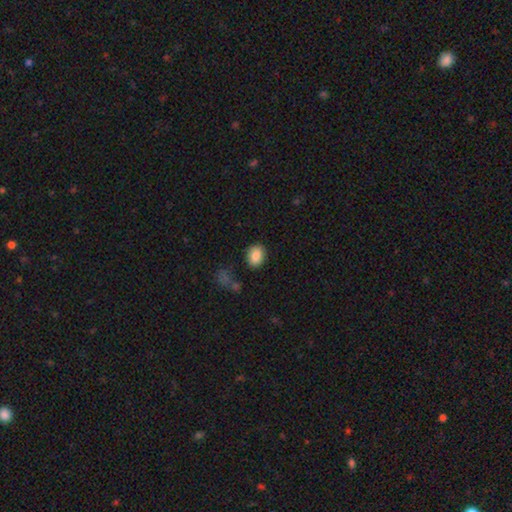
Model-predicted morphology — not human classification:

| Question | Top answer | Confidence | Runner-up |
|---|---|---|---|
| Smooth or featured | smooth | 86% | star or artifact (8%) |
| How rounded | in between | 56% | round (43%) |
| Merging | none | 82% | minor disturbance (12%) |